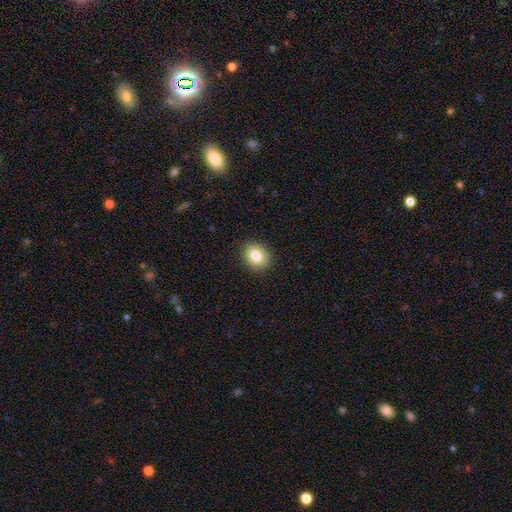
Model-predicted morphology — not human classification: smooth-or-featured: smooth: 82% | star or artifact: 9% | featured or disk: 9%
  how-rounded: round: 51% | in between: 48% | cigar-shaped: 1%
  merging: none: 89% | minor disturbance: 8% | major disturbance: 2% | merger: 1%